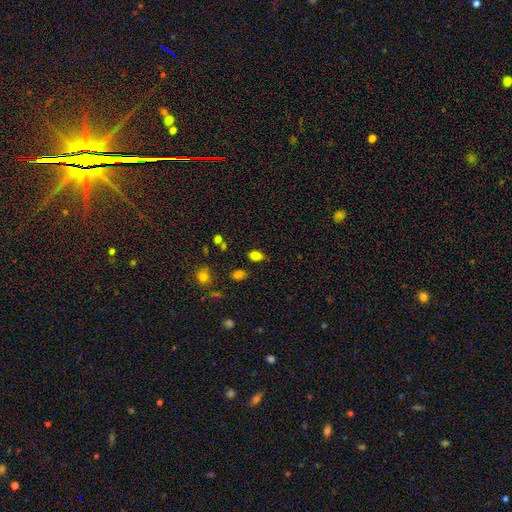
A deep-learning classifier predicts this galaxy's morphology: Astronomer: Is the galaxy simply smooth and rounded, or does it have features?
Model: smooth — 81%.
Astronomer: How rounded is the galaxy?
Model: in between — 84%.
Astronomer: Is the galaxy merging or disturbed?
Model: none — 80%.